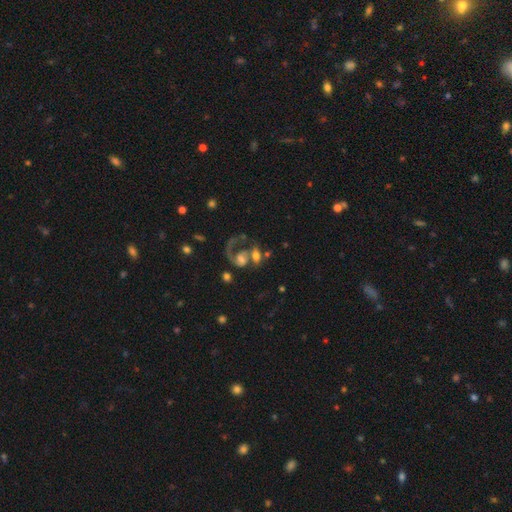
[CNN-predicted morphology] A featured or disk galaxy (57%) with no bar (66%), spiral arms (69%) and a moderate central bulge (36%).

Vote fractions:
- Smooth or featured? featured or disk: 57% / smooth: 32% / star or artifact: 11%
- Edge-on disk? no: 96% / yes: 4%
- Bar? no: 66% / weak: 26% / strong: 9%
- Spiral arms? yes: 69% / no: 31%
- Bulge size? moderate: 36% / large: 23% / small: 22% / none: 15% / dominant: 5%
- Merging? merger: 50% / major disturbance: 22% / none: 20% / minor disturbance: 8%